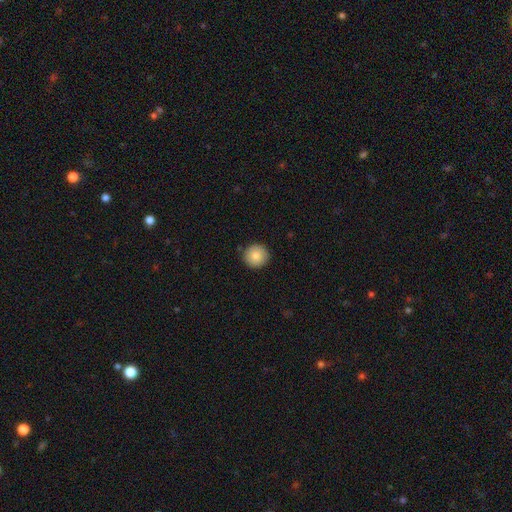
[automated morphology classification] Smooth or featured? smooth (85%)
How rounded? round (94%)
Merging? none (91%)